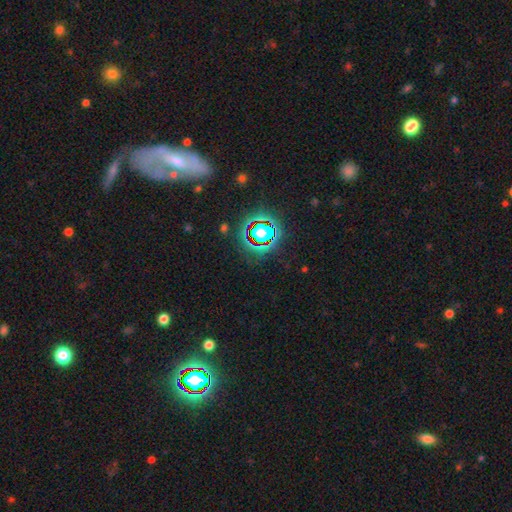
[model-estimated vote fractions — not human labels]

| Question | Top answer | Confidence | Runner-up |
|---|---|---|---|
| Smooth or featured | star or artifact | 54% | featured or disk (26%) |